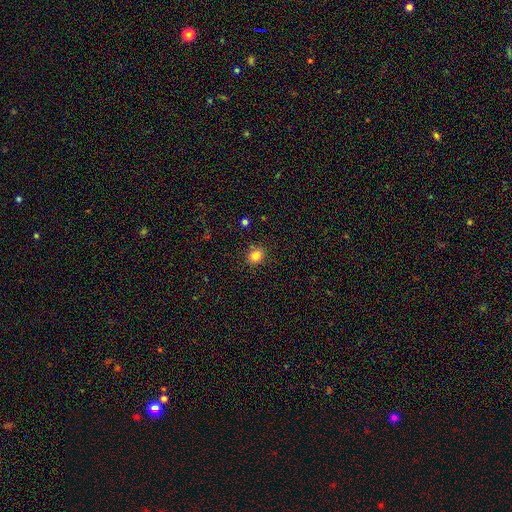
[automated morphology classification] smooth-or-featured: smooth: 83% | star or artifact: 12% | featured or disk: 5%
  how-rounded: round: 79% | in between: 20% | cigar-shaped: 1%
  merging: none: 87% | minor disturbance: 9% | major disturbance: 2% | merger: 2%